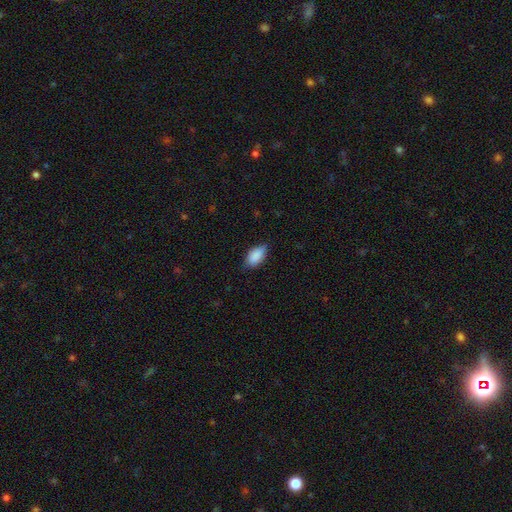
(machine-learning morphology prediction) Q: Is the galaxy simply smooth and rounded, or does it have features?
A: smooth — 87%.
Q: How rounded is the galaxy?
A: in between — 92%.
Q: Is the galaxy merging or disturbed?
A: none — 66%.